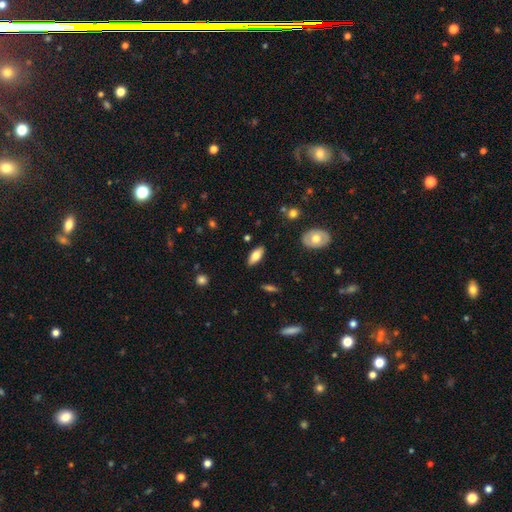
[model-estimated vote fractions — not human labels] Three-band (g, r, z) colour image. It shows a smooth galaxy with no disk features (72%) that is in between round and cigar-shaped (83%). Merging: none (86%).